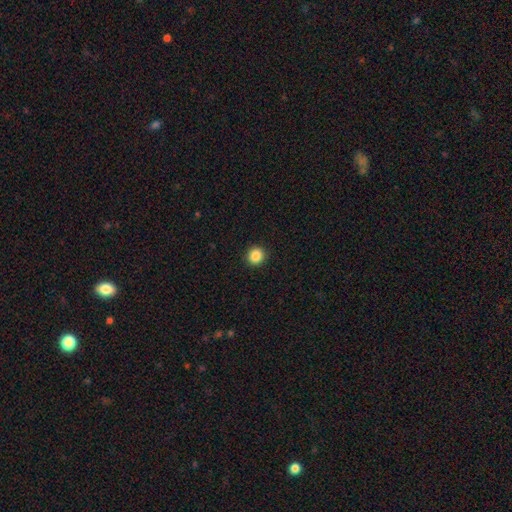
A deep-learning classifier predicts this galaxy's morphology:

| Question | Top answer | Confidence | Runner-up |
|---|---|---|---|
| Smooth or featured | smooth | 87% | star or artifact (10%) |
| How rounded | round | 91% | in between (8%) |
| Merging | none | 92% | minor disturbance (5%) |